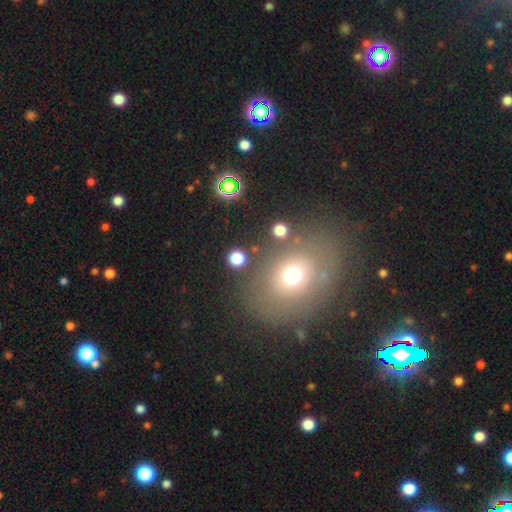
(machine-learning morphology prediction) smooth 51%, star or artifact 29%, featured or disk 21%. Down the decision tree: how rounded — in between (57%); merging — none (82%).